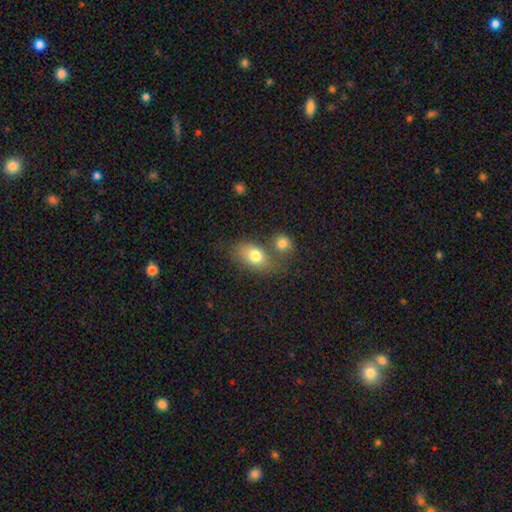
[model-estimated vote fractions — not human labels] smooth_or_featured: smooth (p=0.76) [alt: featured or disk p=0.15]
how_rounded: in between (p=0.81) [alt: round p=0.16]
merging: none (p=0.47) [alt: merger p=0.33]